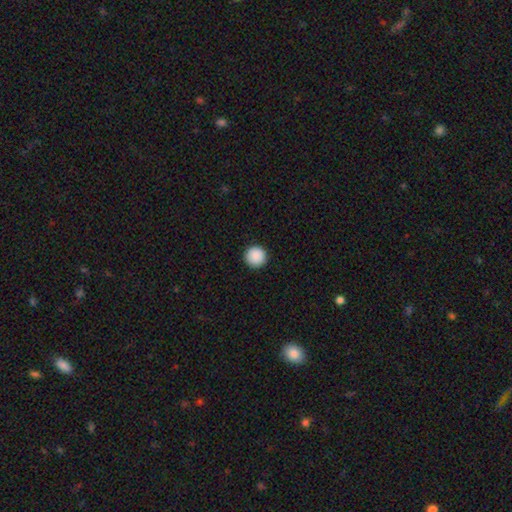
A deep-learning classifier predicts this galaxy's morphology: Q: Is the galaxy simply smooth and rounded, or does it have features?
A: smooth — 89%.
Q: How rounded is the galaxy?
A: round — 97%.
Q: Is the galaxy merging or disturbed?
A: none — 93%.